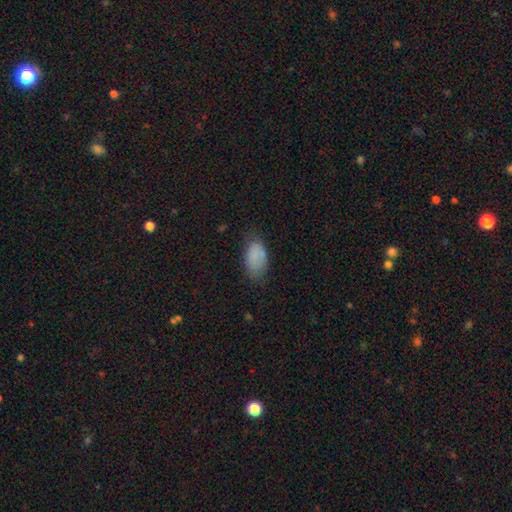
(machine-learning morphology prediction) Overall: smooth (83%). How rounded: in between (94%). Merging: none (66%).